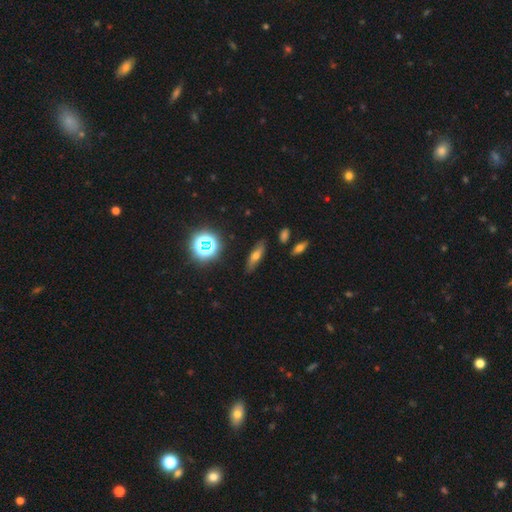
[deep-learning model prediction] Overall: smooth (52%; featured or disk 30%). How rounded: cigar-shaped (48%; in between 44%). Merging: none (83%).